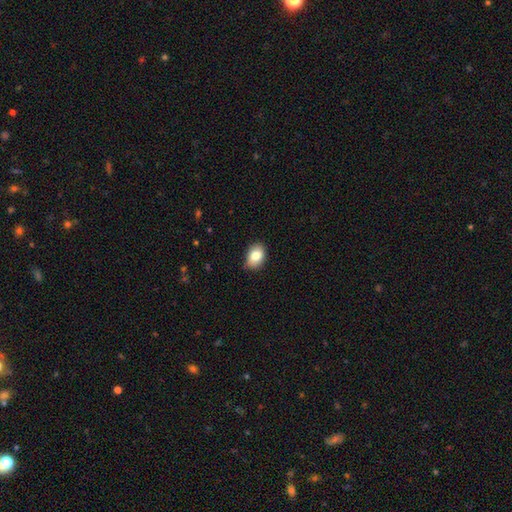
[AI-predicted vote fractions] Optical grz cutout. It shows a smooth galaxy with no disk features (82%) that is in between round and cigar-shaped (79%). Merging: none (81%).